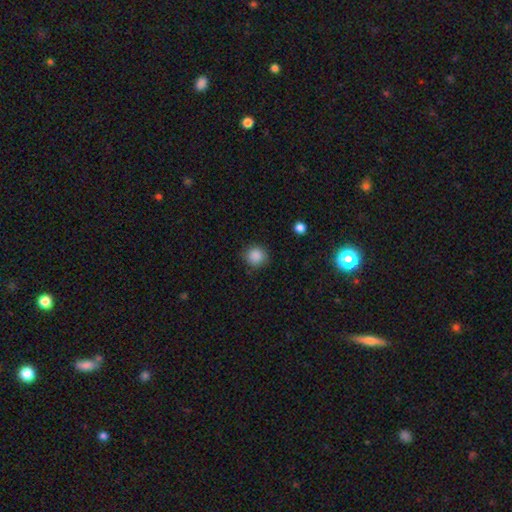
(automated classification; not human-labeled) Morphology: type=smooth (87%); roundness=round (90%); merging=none (86%).